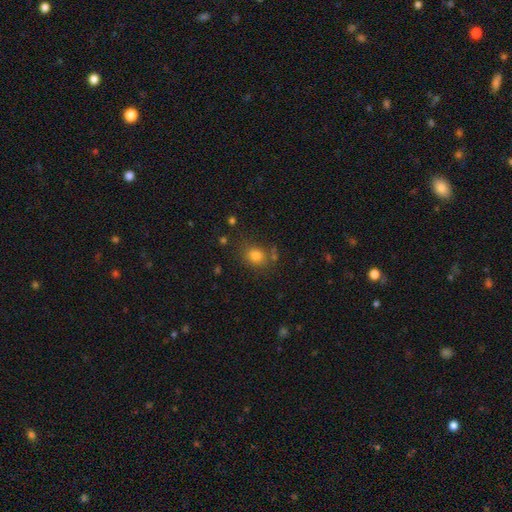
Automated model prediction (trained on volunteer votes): The model was most divided on "how rounded": round: 69%, in between: 30%, cigar-shaped: 1%. More confident: smooth or featured — smooth (79%); merging — none (74%).